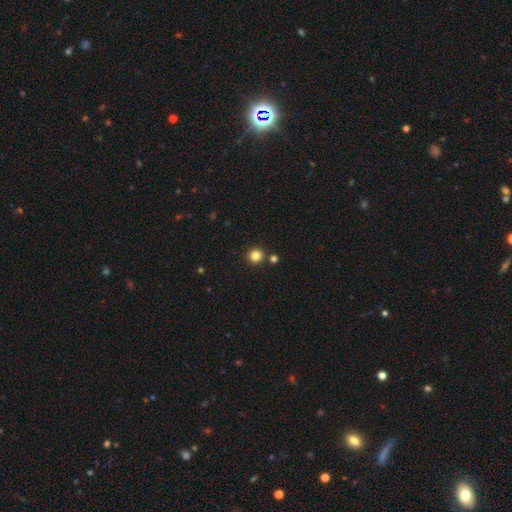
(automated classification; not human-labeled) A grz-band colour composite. It shows a smooth galaxy with no disk features (82%) that is round (94%). Merging: none (87%).